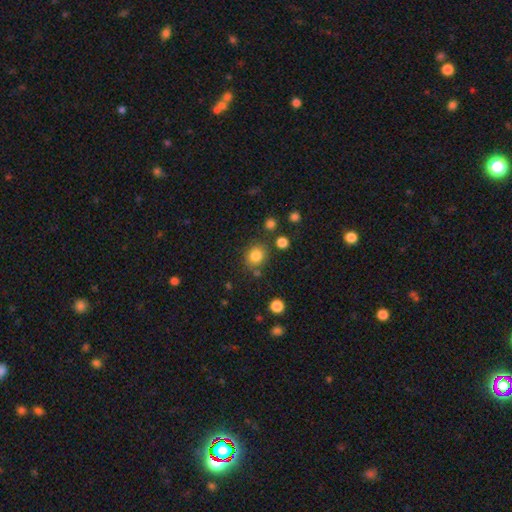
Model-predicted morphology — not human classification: A smooth galaxy with no disk features (82%) that is round (74%).

Vote fractions:
- Smooth or featured? smooth: 82% / star or artifact: 12% / featured or disk: 6%
- How rounded? round: 74% / in between: 26% / cigar-shaped: 1%
- Merging? none: 78% / minor disturbance: 12% / merger: 7% / major disturbance: 4%